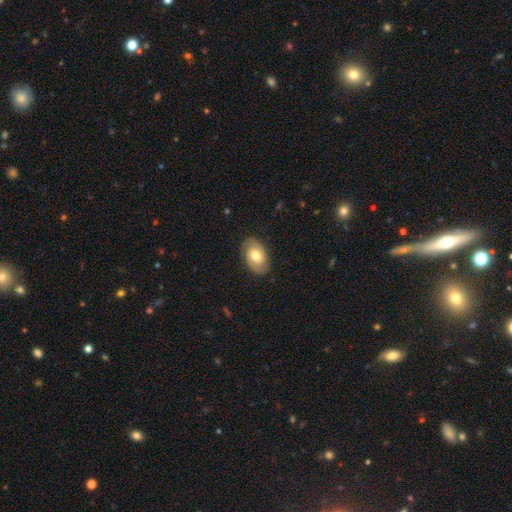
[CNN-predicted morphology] type=smooth (47%); merging=none (83%).